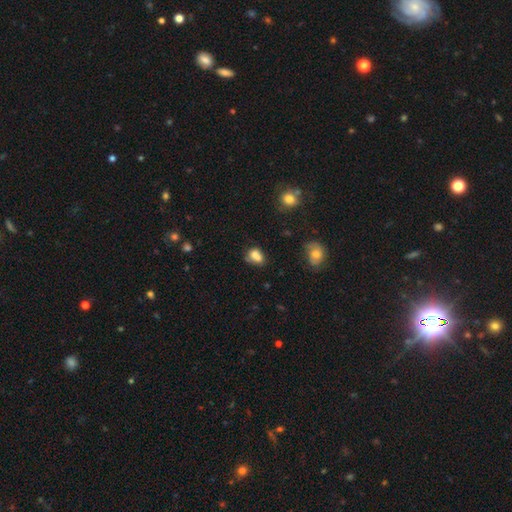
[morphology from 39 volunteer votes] Q: Smooth or featured?
A: smooth (79%); runner-up: featured or disk (13%)
Q: How rounded?
A: in between (52%); runner-up: round (48%)
Q: Merging?
A: merger (42%); runner-up: minor disturbance (31%)